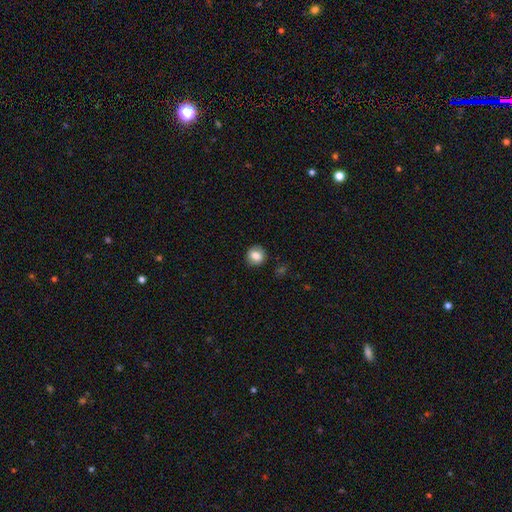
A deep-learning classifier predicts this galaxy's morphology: Smooth or featured: smooth — 81% (featured or disk — 10%)
How rounded: round — 80% (in between — 19%)
Merging: none — 87% (minor disturbance — 9%)